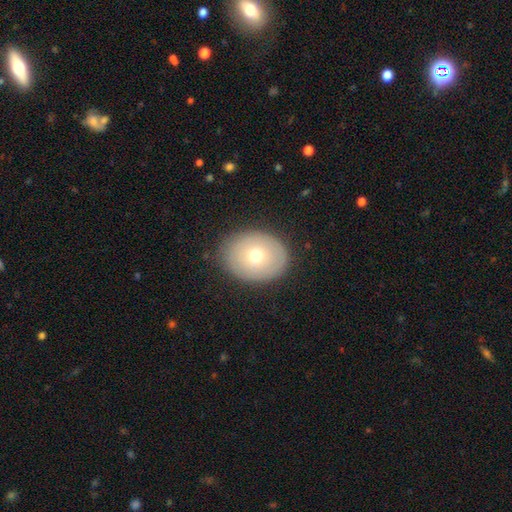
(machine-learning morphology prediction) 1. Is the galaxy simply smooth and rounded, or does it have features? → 69% smooth, 23% featured or disk, 8% star or artifact.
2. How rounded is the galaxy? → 63% in between, 37% round, 1% cigar-shaped.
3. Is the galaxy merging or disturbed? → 86% none, 10% minor disturbance, 3% major disturbance, 1% merger.